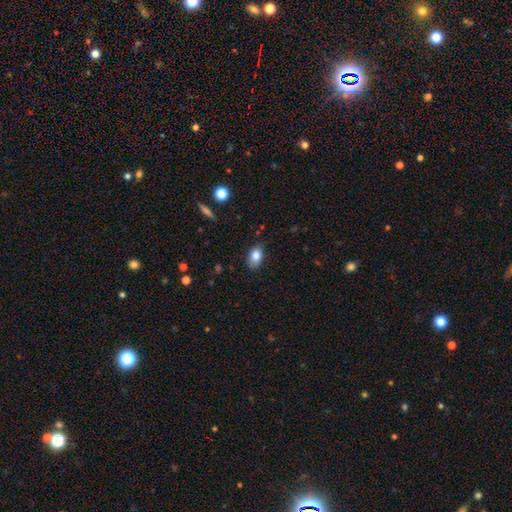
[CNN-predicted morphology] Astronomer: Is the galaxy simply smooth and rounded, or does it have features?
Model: smooth — 84%.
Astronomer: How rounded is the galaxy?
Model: in between — 87%.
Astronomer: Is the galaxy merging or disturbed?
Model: none — 78%.